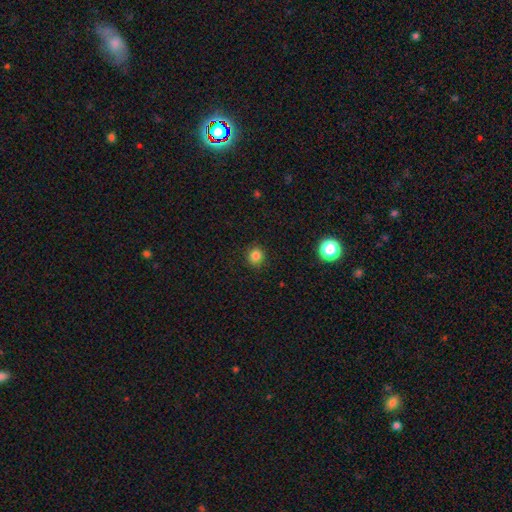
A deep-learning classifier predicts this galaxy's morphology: The model was most divided on "smooth or featured": smooth: 84%, star or artifact: 12%, featured or disk: 4%. More confident: merging — none (90%); how rounded — round (89%).